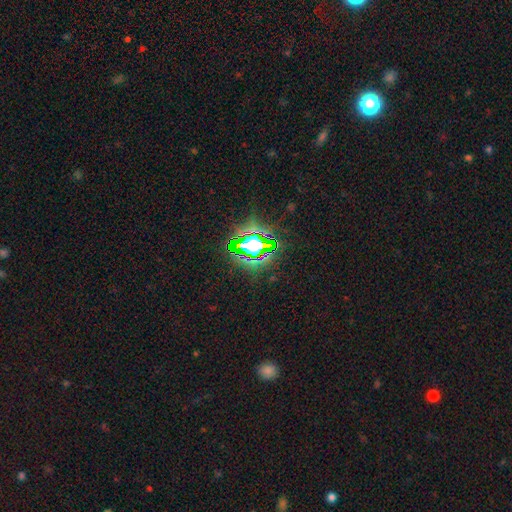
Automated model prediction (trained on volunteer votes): Overall: star or artifact (80%).